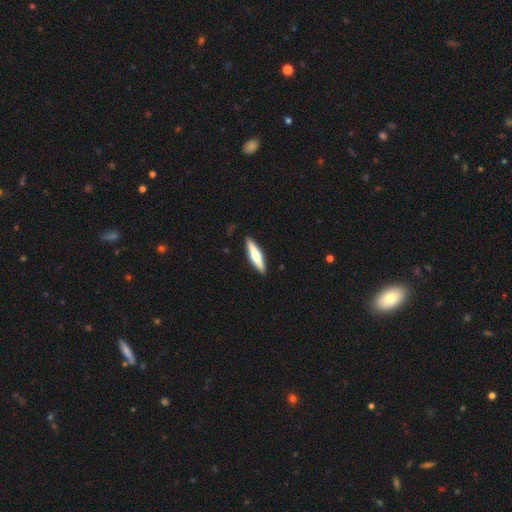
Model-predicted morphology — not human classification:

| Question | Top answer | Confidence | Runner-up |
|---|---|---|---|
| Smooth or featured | featured or disk | 53% | smooth (42%) |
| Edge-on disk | yes | 95% | no (5%) |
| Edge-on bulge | rounded | 90% | boxy (5%) |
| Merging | none | 90% | minor disturbance (7%) |